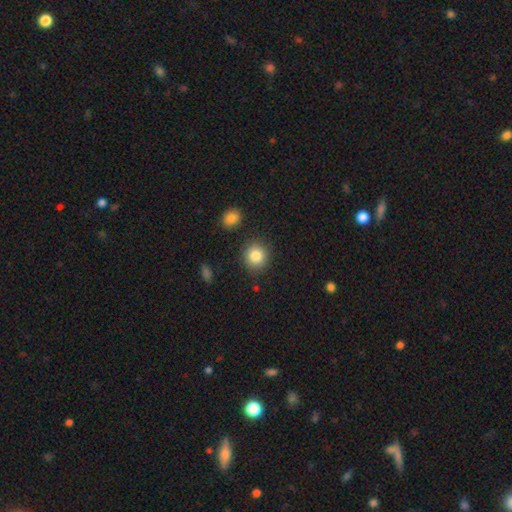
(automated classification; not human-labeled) Smooth or featured? smooth (85%)
How rounded? round (86%)
Merging? none (86%)